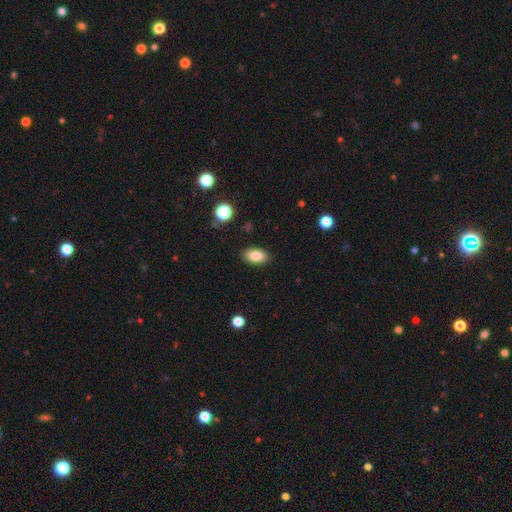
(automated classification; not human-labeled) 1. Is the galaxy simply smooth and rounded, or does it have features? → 84% smooth, 9% star or artifact, 8% featured or disk.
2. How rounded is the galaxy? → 91% in between, 6% round, 2% cigar-shaped.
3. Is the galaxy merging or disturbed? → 88% none, 8% minor disturbance, 2% major disturbance, 1% merger.